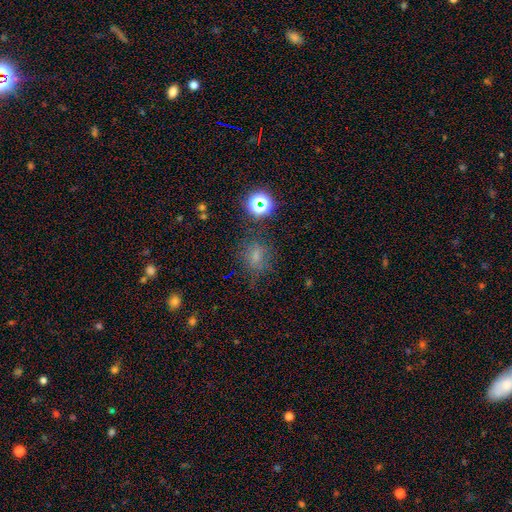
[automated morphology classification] Smooth or featured?
  - smooth: 50% *
  - star or artifact: 37%
  - featured or disk: 13%
How rounded?
  - round: 74% *
  - in between: 24%
  - cigar-shaped: 1%
Merging?
  - none: 73% *
  - minor disturbance: 16%
  - major disturbance: 7%
  - merger: 4%